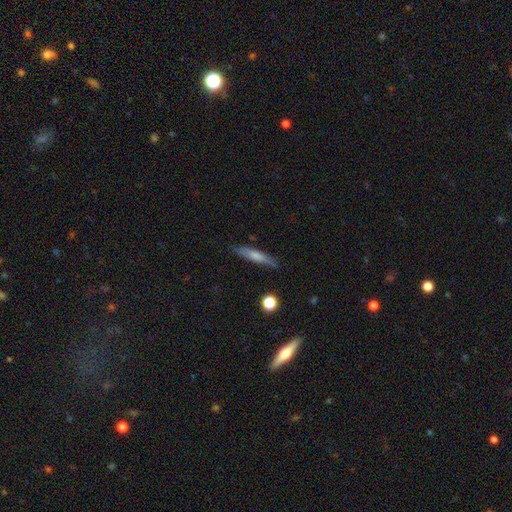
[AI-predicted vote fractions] Smooth or featured? smooth (63%)
How rounded? cigar-shaped (87%)
Merging? none (80%)